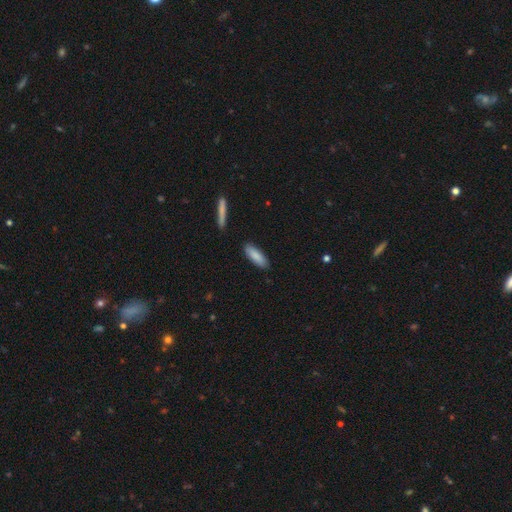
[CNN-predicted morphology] smooth-or-featured: smooth: 86% | featured or disk: 8% | star or artifact: 6%
  how-rounded: in between: 54% | cigar-shaped: 45% | round: 1%
  merging: none: 87% | minor disturbance: 10% | major disturbance: 2% | merger: 2%